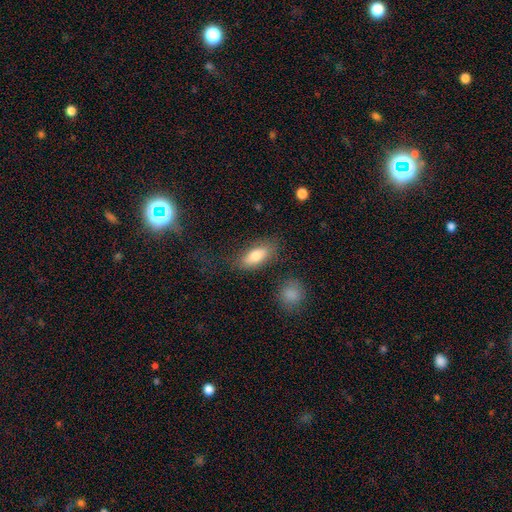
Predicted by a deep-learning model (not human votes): Smooth or featured? Predicted: smooth (p=0.75). How rounded? Predicted: in between (p=0.83). Merging? Predicted: none (p=0.72).